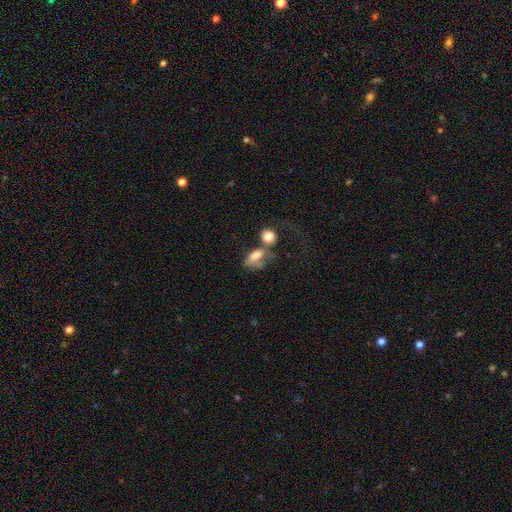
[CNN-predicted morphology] Smooth or featured? smooth (72%)
How rounded? in between (78%)
Merging? merger (46%)